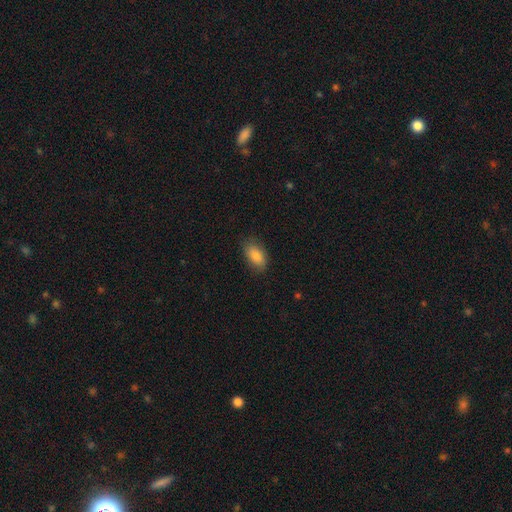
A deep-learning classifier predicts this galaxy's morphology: smooth-or-featured: smooth: 85% | featured or disk: 7% | star or artifact: 7%
  how-rounded: in between: 91% | round: 5% | cigar-shaped: 3%
  merging: none: 82% | minor disturbance: 14% | major disturbance: 3% | merger: 1%